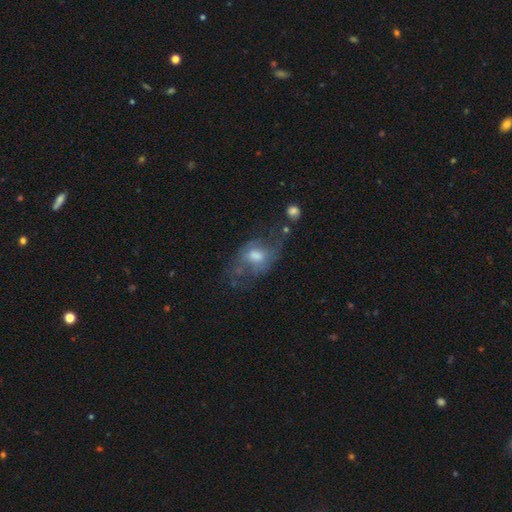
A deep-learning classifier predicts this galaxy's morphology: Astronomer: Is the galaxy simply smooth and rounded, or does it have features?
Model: featured or disk — 58%.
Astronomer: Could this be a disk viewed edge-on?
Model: no — 95%.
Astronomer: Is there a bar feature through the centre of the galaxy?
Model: no — 58% (runner-up: weak, 35%).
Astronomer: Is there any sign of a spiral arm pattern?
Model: yes — 63%.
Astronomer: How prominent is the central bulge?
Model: moderate — 58%.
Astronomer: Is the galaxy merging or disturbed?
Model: none — 41% (runner-up: major disturbance, 29%).